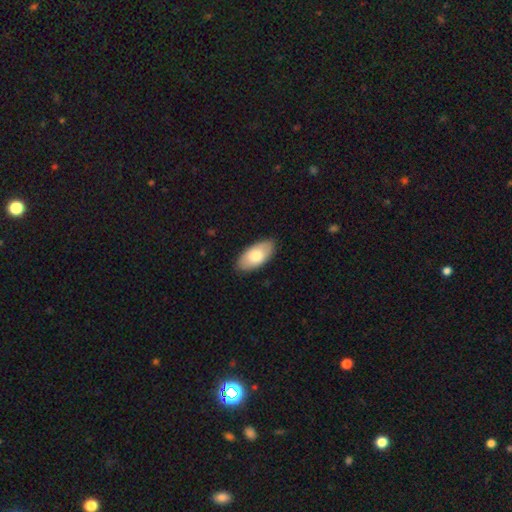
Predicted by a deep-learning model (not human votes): A smooth galaxy with no disk features (78%) that is in between round and cigar-shaped (94%). Merging: none (88%).